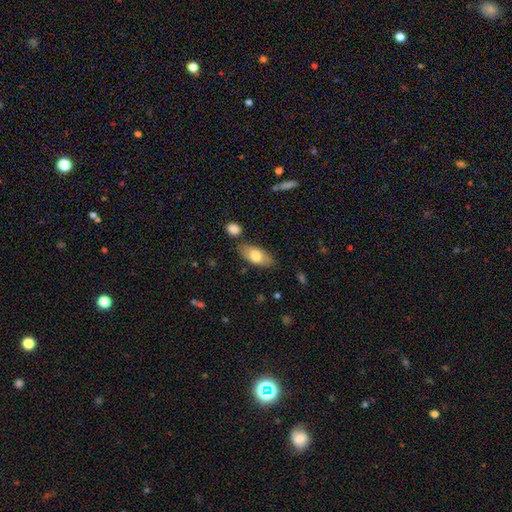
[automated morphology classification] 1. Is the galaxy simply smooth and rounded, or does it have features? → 74% smooth, 20% featured or disk, 6% star or artifact.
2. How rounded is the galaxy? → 90% in between, 7% cigar-shaped, 3% round.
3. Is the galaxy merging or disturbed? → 77% none, 14% minor disturbance, 6% merger, 3% major disturbance.